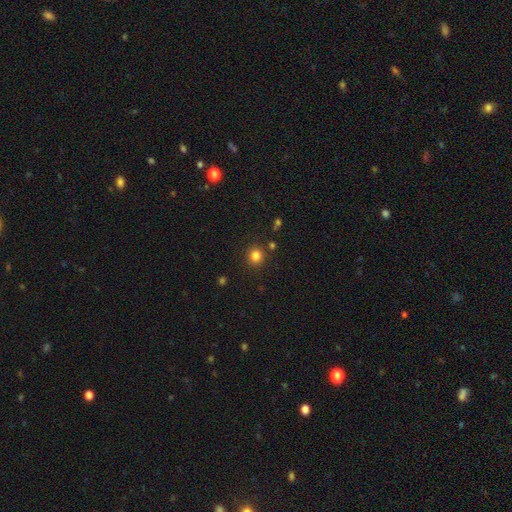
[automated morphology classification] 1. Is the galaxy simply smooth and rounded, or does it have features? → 82% smooth, 13% star or artifact, 5% featured or disk.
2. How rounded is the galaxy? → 86% round, 13% in between, 1% cigar-shaped.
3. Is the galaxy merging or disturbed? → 86% none, 7% minor disturbance, 4% merger, 3% major disturbance.